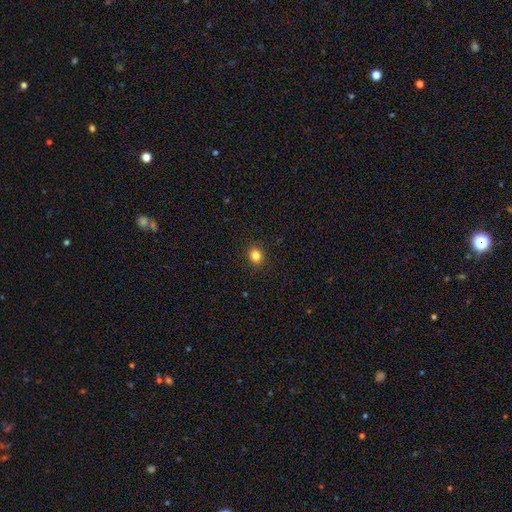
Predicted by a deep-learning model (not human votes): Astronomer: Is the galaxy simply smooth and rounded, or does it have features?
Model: smooth — 84%.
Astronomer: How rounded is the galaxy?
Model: round — 76%.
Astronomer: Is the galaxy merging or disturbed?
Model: none — 91%.